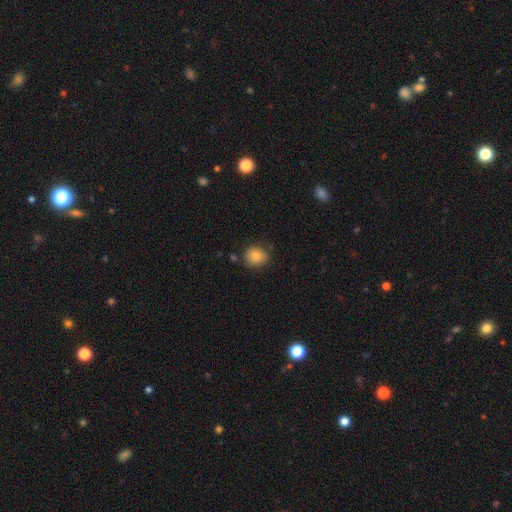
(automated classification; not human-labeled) Morphology: type=smooth (83%); roundness=round (82%); merging=none (79%).